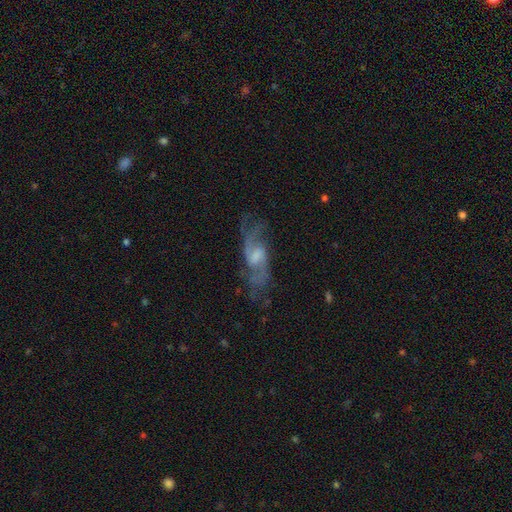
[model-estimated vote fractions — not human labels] Smooth or featured: featured or disk — 81% (smooth — 11%)
Edge-on disk: no — 88% (yes — 12%)
Bar: weak — 52% (no — 35%)
Spiral arms: yes — 94% (no — 6%)
Spiral winding: medium — 48% (loose — 36%)
Spiral arm count: 2 — 70% (can't tell — 14%)
Bulge size: moderate — 42% (small — 32%)
Merging: none — 70% (minor disturbance — 17%)